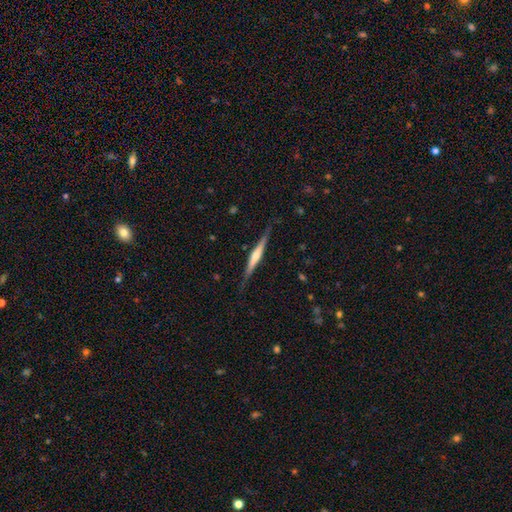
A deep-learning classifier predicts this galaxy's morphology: Smooth or featured? Predicted: featured or disk (p=0.68). Edge-on disk? Predicted: yes (p=0.97). Edge-on bulge? Predicted: rounded (p=0.72). Merging? Predicted: none (p=0.82).